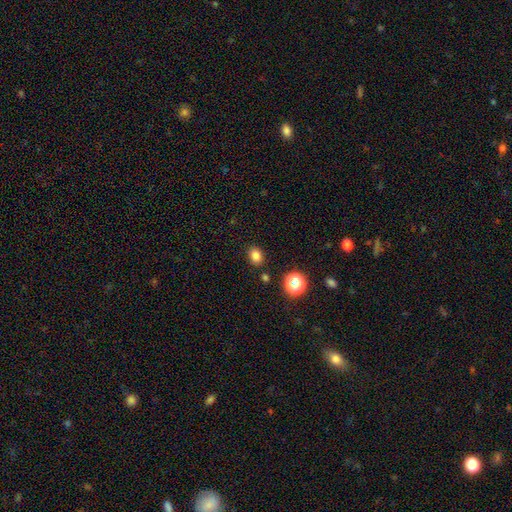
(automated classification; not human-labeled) Smooth or featured? smooth (81%)
How rounded? in between (58%)
Merging? none (84%)